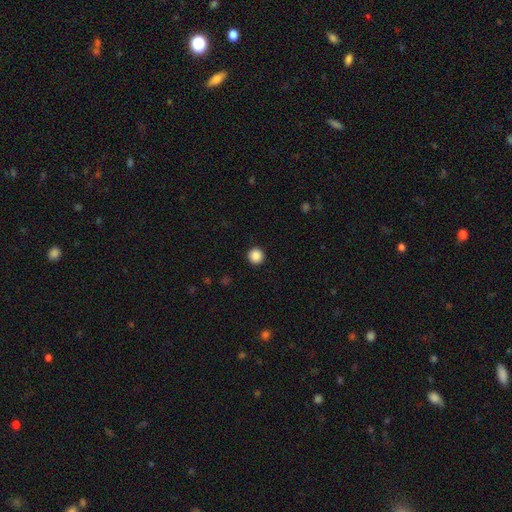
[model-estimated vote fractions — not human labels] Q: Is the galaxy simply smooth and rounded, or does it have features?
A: smooth — 88%.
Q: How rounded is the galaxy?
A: round — 96%.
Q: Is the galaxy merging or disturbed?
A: none — 93%.